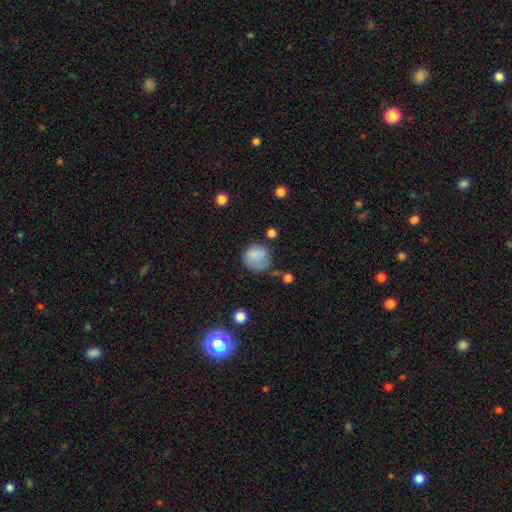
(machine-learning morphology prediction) Smooth or featured?
  - smooth: 79% *
  - featured or disk: 12%
  - star or artifact: 9%
How rounded?
  - round: 84% *
  - in between: 15%
  - cigar-shaped: 1%
Merging?
  - none: 51% *
  - minor disturbance: 28%
  - major disturbance: 15%
  - merger: 5%